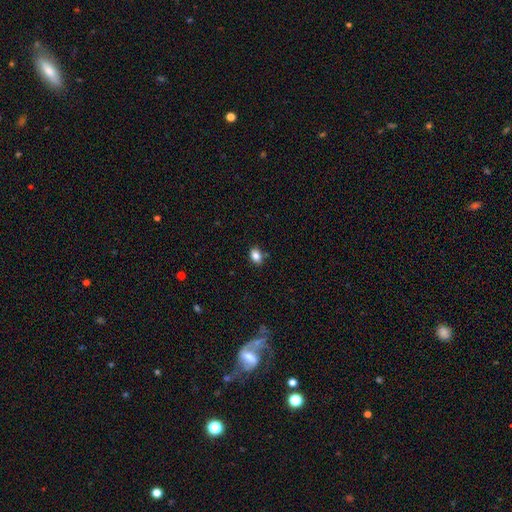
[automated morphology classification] smooth 85%, star or artifact 10%, featured or disk 5%. Down the decision tree: how rounded — in between (71%); merging — none (82%).